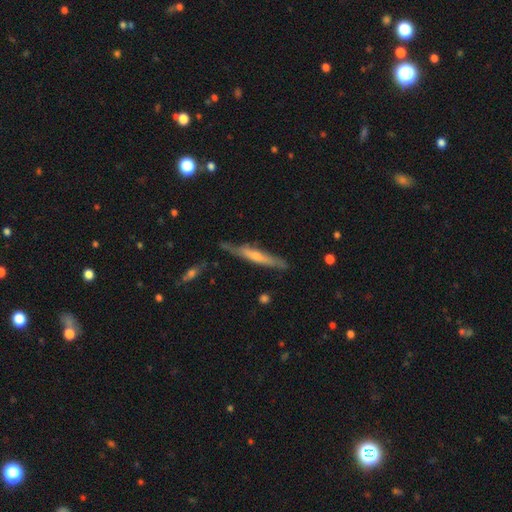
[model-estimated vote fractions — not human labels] Smooth or featured: featured or disk — 58% (smooth — 36%)
Edge-on disk: yes — 89% (no — 11%)
Edge-on bulge: rounded — 56% (none — 36%)
Merging: none — 74% (minor disturbance — 20%)